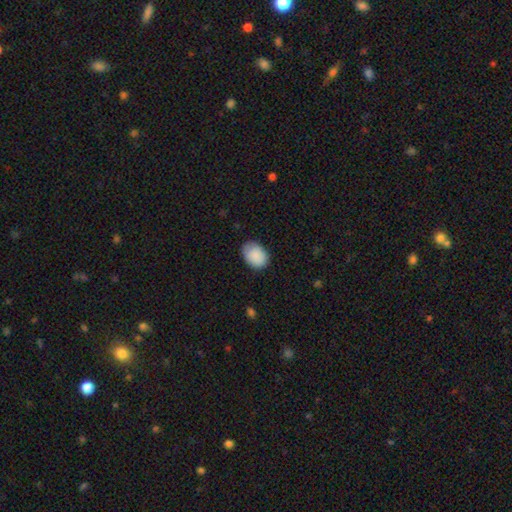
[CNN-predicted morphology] The model was most divided on "how rounded": in between: 76%, round: 23%, cigar-shaped: 1%. More confident: smooth or featured — smooth (88%); merging — none (77%).